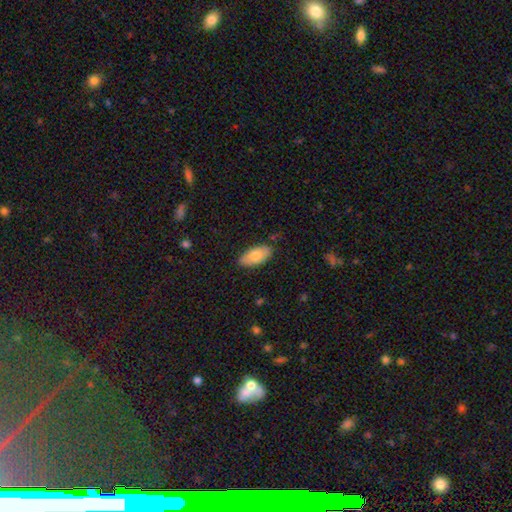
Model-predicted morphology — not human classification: This is likely a smooth galaxy (77%). How rounded: clearly in between (92%). Merging: clearly none (83%).